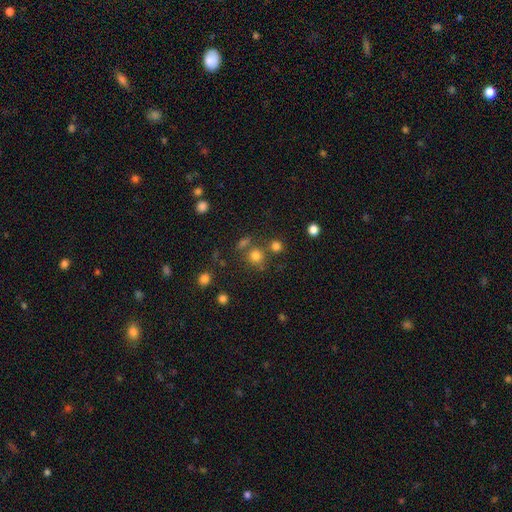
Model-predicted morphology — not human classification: smooth_or_featured: smooth (p=0.75) [alt: star or artifact p=0.17]
how_rounded: round (p=0.89) [alt: in between p=0.10]
merging: none (p=0.69) [alt: merger p=0.17]